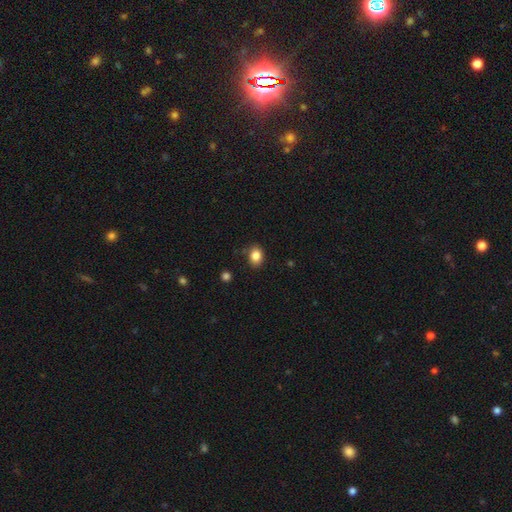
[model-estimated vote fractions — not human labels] Smooth or featured? Predicted: smooth (p=0.85). How rounded? Predicted: in between (p=0.53). Merging? Predicted: none (p=0.82).